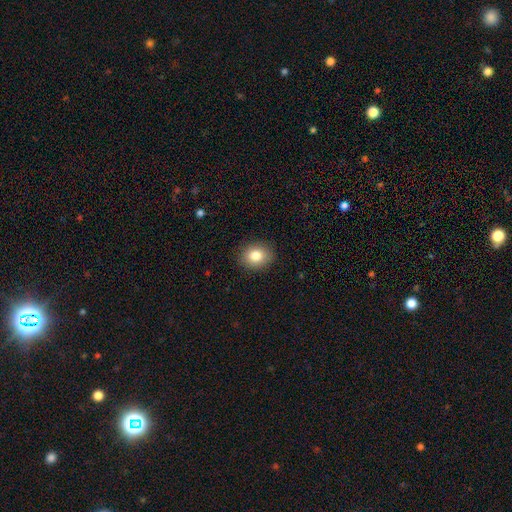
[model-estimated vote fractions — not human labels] smooth-or-featured: smooth: 83% | star or artifact: 9% | featured or disk: 7%
  how-rounded: round: 53% | in between: 46% | cigar-shaped: 1%
  merging: none: 89% | minor disturbance: 8% | major disturbance: 2% | merger: 1%